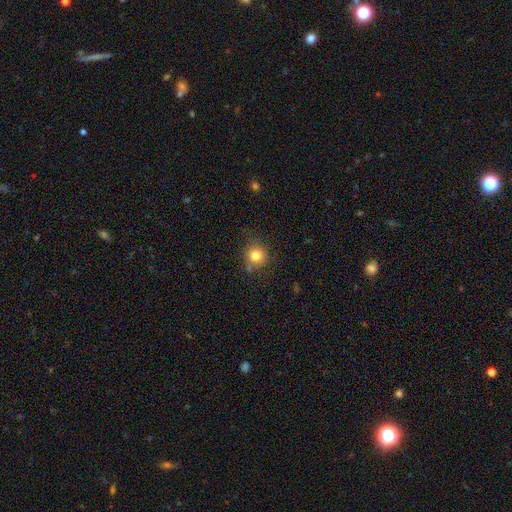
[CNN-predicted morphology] Overall: smooth (80%). How rounded: round (90%). Merging: none (78%).